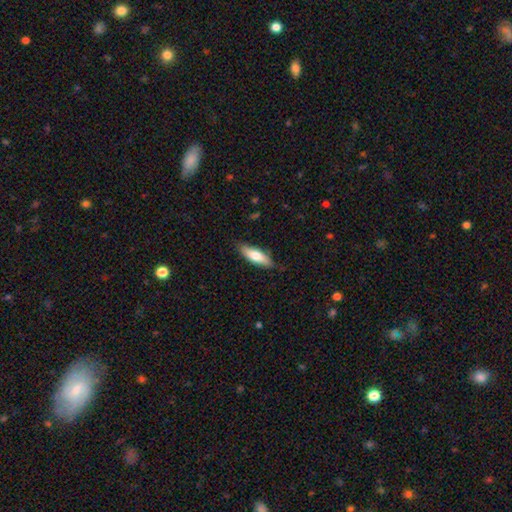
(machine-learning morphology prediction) Q: Smooth or featured?
A: smooth (72%); runner-up: featured or disk (22%)
Q: How rounded?
A: in between (53%); runner-up: cigar-shaped (45%)
Q: Merging?
A: none (82%); runner-up: minor disturbance (14%)